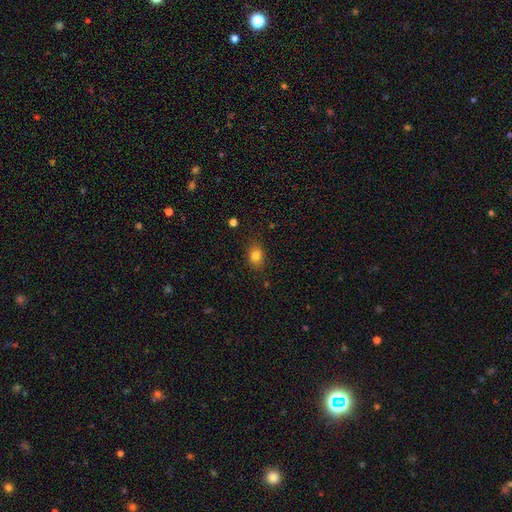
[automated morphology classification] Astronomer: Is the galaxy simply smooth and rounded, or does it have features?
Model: smooth — 82%.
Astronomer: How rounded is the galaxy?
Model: in between — 66%.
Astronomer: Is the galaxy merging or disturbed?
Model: none — 83%.